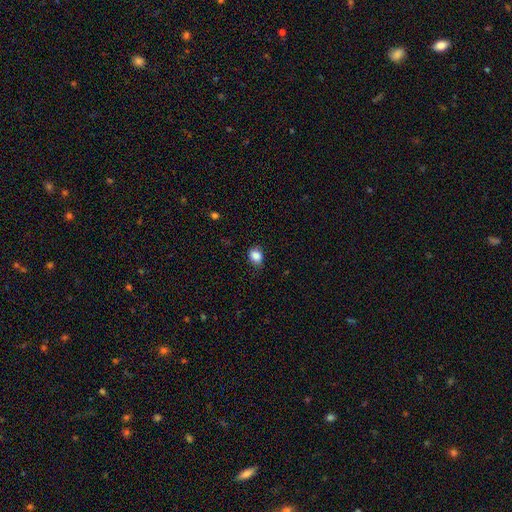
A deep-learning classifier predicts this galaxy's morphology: Smooth or featured?
  - smooth: 85% *
  - star or artifact: 10%
  - featured or disk: 5%
How rounded?
  - in between: 50% *
  - round: 49%
  - cigar-shaped: 1%
Merging?
  - none: 73% *
  - minor disturbance: 22%
  - major disturbance: 4%
  - merger: 1%